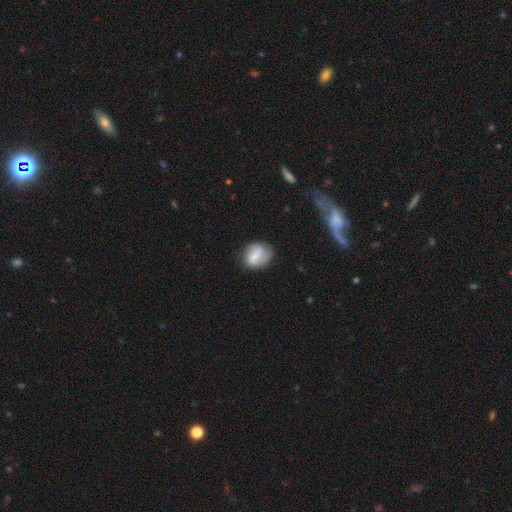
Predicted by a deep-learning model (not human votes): Smooth or featured?
  - smooth: 53% *
  - featured or disk: 39%
  - star or artifact: 8%
How rounded?
  - round: 55% *
  - in between: 43%
  - cigar-shaped: 2%
Merging?
  - none: 67% *
  - minor disturbance: 23%
  - major disturbance: 8%
  - merger: 2%